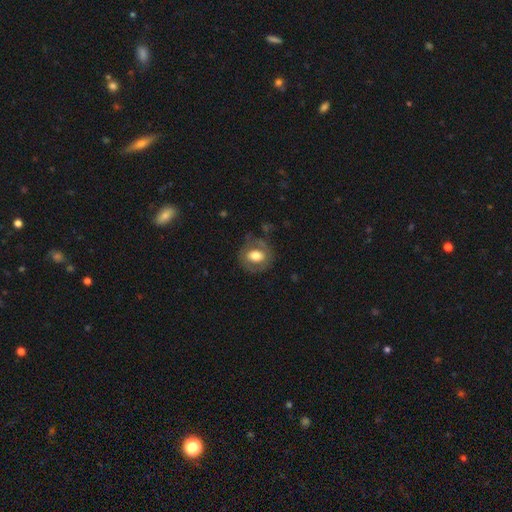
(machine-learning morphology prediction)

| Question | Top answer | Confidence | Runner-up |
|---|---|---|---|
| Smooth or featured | smooth | 55% | featured or disk (37%) |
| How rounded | round | 56% | in between (43%) |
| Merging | none | 70% | minor disturbance (18%) |